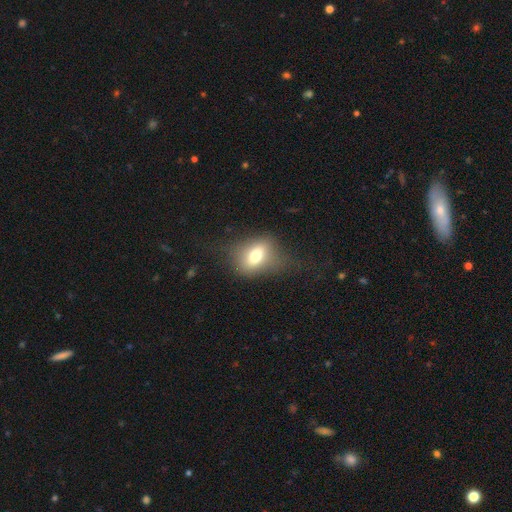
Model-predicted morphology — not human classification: Q: Smooth or featured?
A: smooth (67%); runner-up: featured or disk (22%)
Q: How rounded?
A: in between (69%); runner-up: round (28%)
Q: Merging?
A: none (60%); runner-up: minor disturbance (22%)